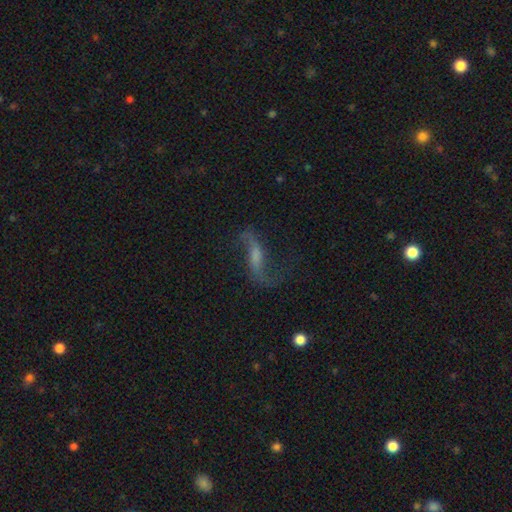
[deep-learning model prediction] Smooth or featured? Predicted: featured or disk (p=0.81). Edge-on disk? Predicted: no (p=0.89). Bar? Predicted: weak (p=0.42). Spiral arms? Predicted: yes (p=0.95). Spiral winding? Predicted: loose (p=0.90). Spiral arm count? Predicted: 2 (p=0.92). Bulge size? Predicted: small (p=0.33). Merging? Predicted: none (p=0.71).